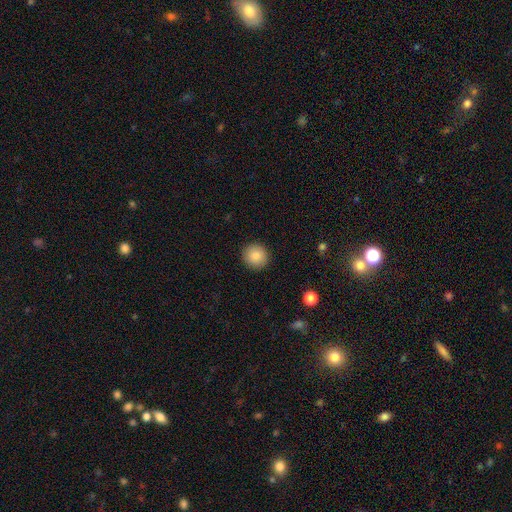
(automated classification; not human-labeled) This is clearly a smooth galaxy (85%). How rounded: clearly round (94%). Merging: clearly none (92%).